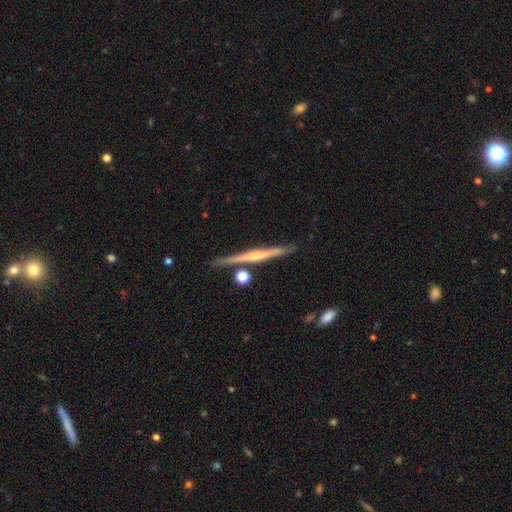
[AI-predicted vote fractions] This is likely a featured or disk galaxy (70%). It is clearly viewed edge-on (98%). Edge-on bulge: possibly rounded (47%). Merging: clearly none (84%).